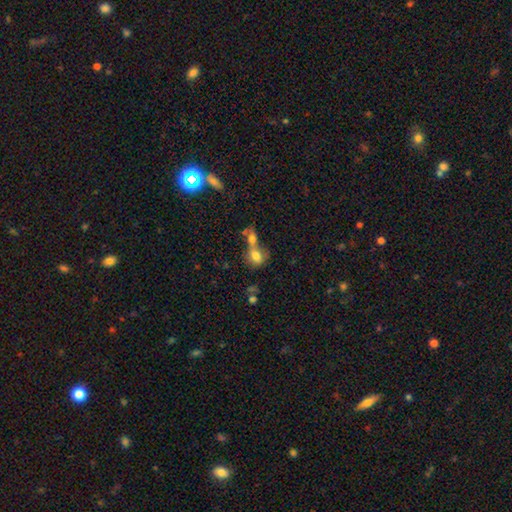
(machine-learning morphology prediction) This is likely a smooth galaxy (75%). How rounded: possibly in between (51%). Merging: likely merger (60%).